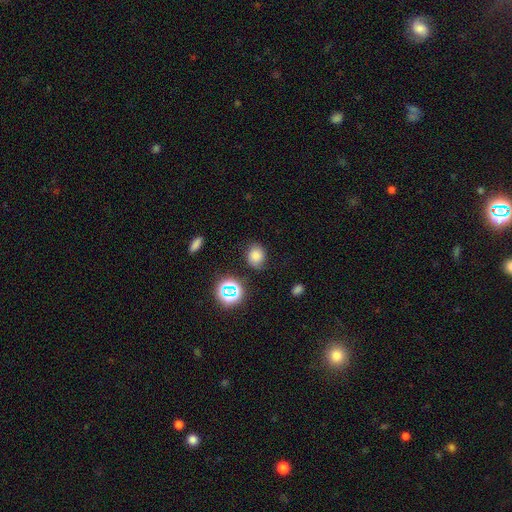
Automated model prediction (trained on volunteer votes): Smooth or featured? smooth (72%)
How rounded? round (59%)
Merging? none (72%)